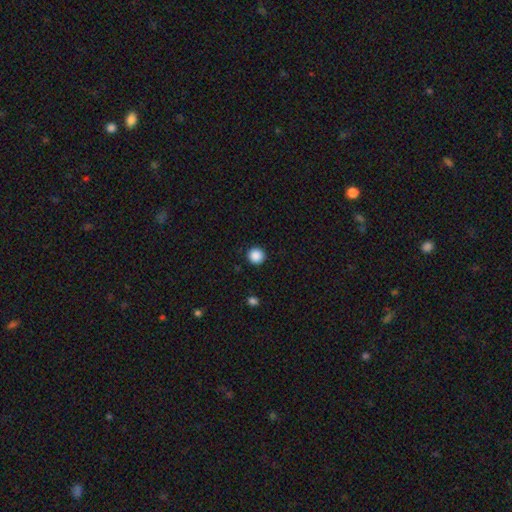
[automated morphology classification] smooth-or-featured: smooth: 88% | star or artifact: 10% | featured or disk: 2%
  how-rounded: round: 96% | in between: 3% | cigar-shaped: 1%
  merging: none: 93% | minor disturbance: 5% | major disturbance: 2% | merger: 1%